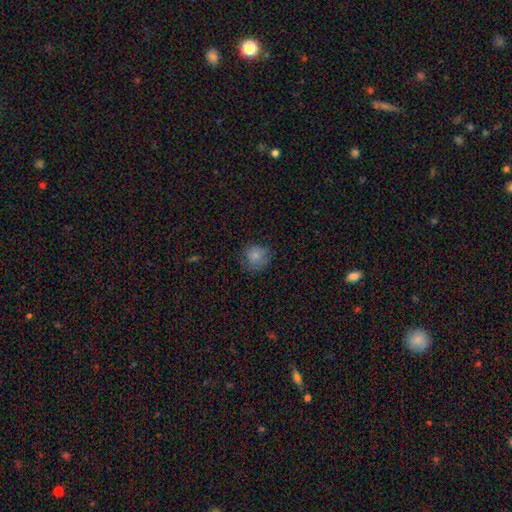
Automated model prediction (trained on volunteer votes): smooth 82%, star or artifact 11%, featured or disk 7%. Down the decision tree: how rounded — round (88%); merging — none (75%).